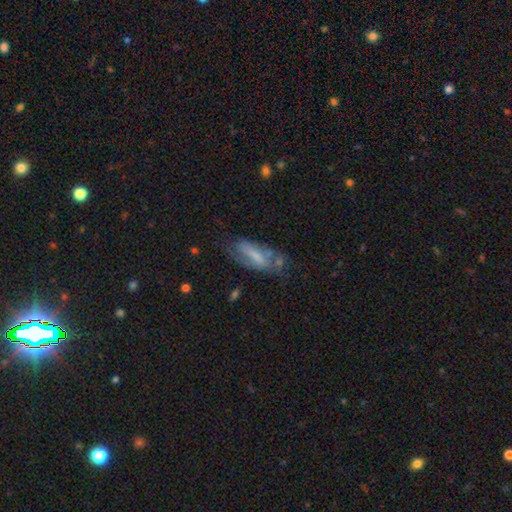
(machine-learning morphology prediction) Overall: featured or disk (57%; smooth 36%). Edge-on disk: no (87%). Merging: none (47%; minor disturbance 26%).